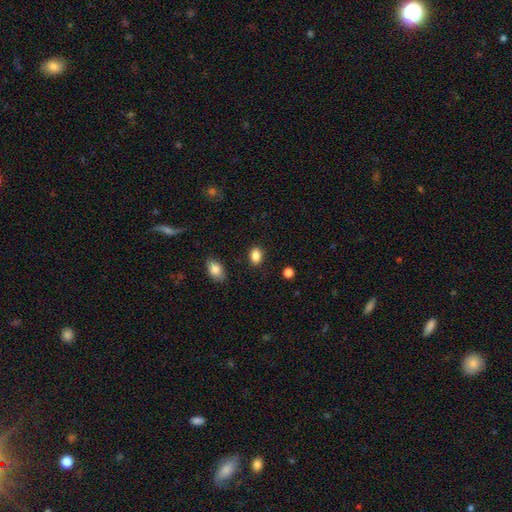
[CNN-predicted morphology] smooth-or-featured: smooth: 86% | star or artifact: 9% | featured or disk: 5%
  how-rounded: in between: 77% | round: 22% | cigar-shaped: 1%
  merging: none: 86% | minor disturbance: 9% | major disturbance: 3% | merger: 2%